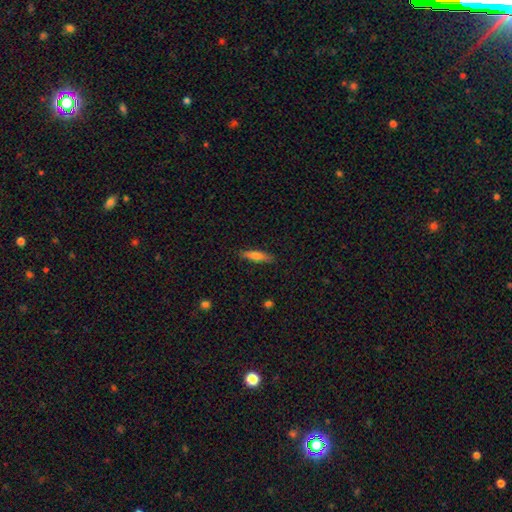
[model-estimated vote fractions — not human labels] Smooth or featured?
  - smooth: 70% *
  - featured or disk: 23%
  - star or artifact: 6%
How rounded?
  - cigar-shaped: 77% *
  - in between: 21%
  - round: 2%
Merging?
  - none: 87% *
  - minor disturbance: 9%
  - major disturbance: 2%
  - merger: 1%